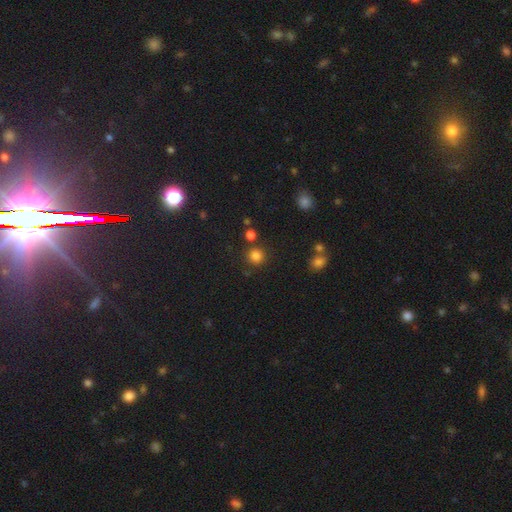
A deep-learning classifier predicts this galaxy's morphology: This appears to be a smooth galaxy with no disk features (81%) that is round (92%). Merging: none (82%).